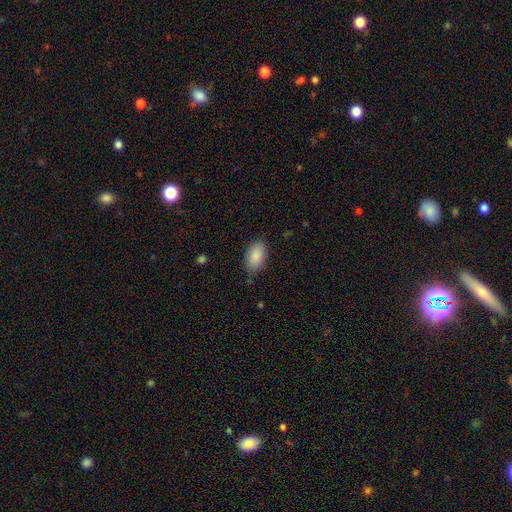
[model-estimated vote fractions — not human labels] Morphology: type=smooth (89%); roundness=in between (93%); merging=none (76%).